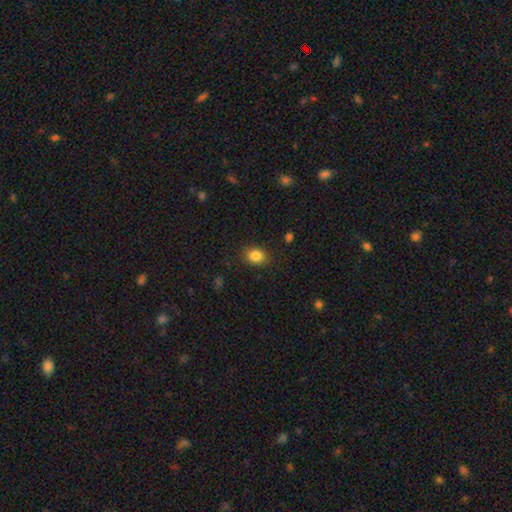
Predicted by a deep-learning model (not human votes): Smooth or featured: smooth — 85% (star or artifact — 9%)
How rounded: in between — 59% (round — 40%)
Merging: none — 85% (minor disturbance — 11%)